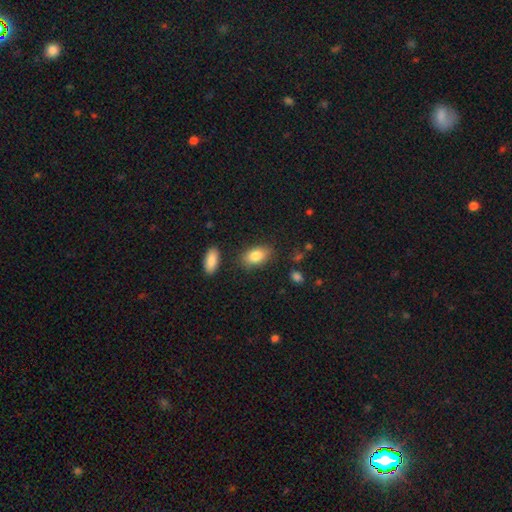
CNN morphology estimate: Q: Smooth or featured?
A: smooth (84%); runner-up: featured or disk (9%)
Q: How rounded?
A: in between (90%); runner-up: round (8%)
Q: Merging?
A: none (81%); runner-up: minor disturbance (12%)